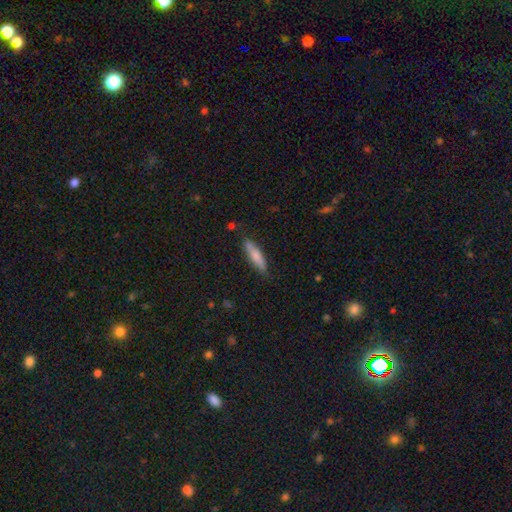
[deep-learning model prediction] Overall: smooth (72%). How rounded: cigar-shaped (76%). Merging: none (80%).